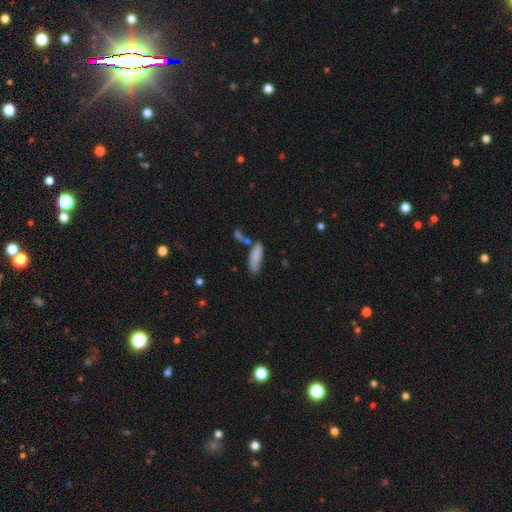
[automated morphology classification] Smooth or featured? Predicted: smooth (p=0.83). How rounded? Predicted: in between (p=0.53). Merging? Predicted: none (p=0.58).